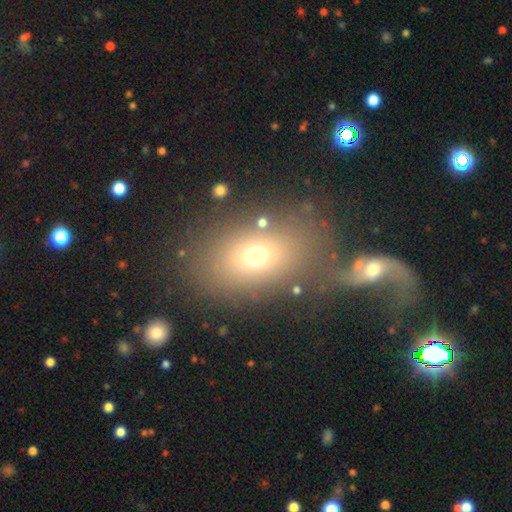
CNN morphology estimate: Overall: smooth (64%). How rounded: in between (70%). Merging: none (56%; merger 22%).